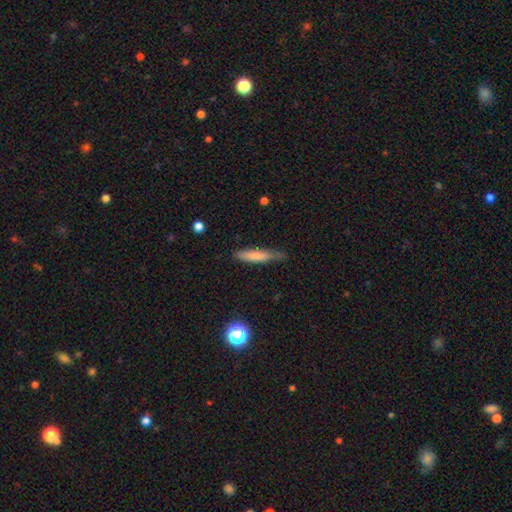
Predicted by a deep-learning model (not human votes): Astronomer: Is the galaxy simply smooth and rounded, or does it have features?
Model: smooth — 73%.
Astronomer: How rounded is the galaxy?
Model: cigar-shaped — 85%.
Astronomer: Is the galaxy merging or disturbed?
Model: none — 63%.